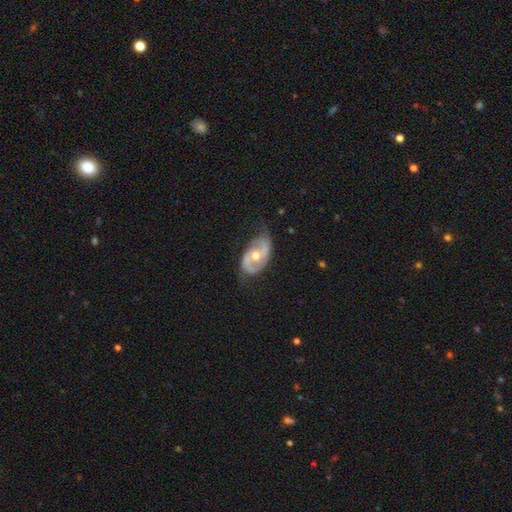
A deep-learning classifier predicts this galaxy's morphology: featured or disk 80%, smooth 14%, star or artifact 5%. Down the decision tree: edge-on disk — no (95%); bar — no (55%); spiral arms — yes (86%); spiral arm count — 2 (83%); spiral winding — medium (43%); bulge size — moderate (73%); merging — none (62%).